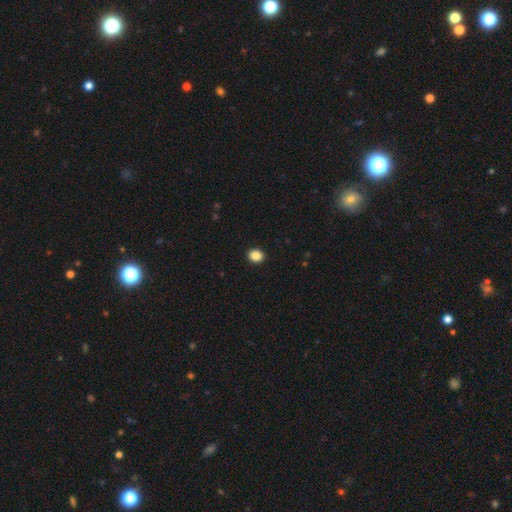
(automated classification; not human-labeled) The model was most divided on "how rounded": round: 64%, in between: 35%, cigar-shaped: 1%. More confident: merging — none (92%); smooth or featured — smooth (87%).